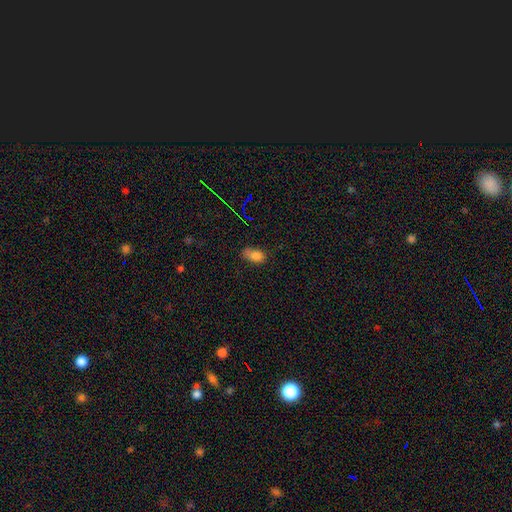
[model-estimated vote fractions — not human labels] smooth 79%, star or artifact 13%, featured or disk 8%. Down the decision tree: how rounded — in between (84%); merging — none (48%).